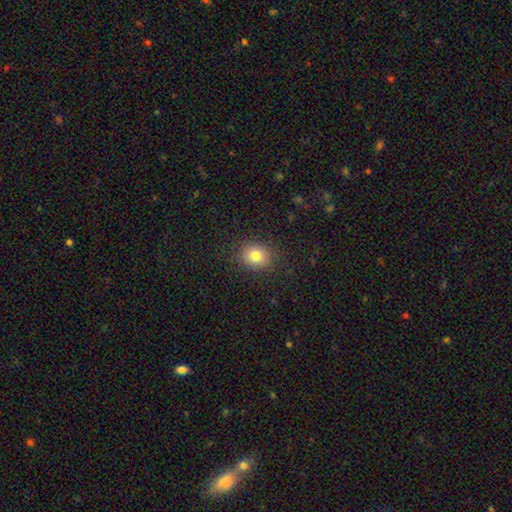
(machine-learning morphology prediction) Overall: smooth (80%). How rounded: round (63%; in between 36%). Merging: none (87%).